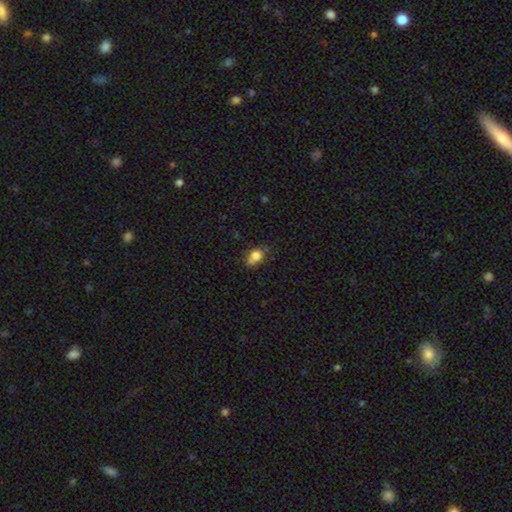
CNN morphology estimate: Smooth or featured? smooth (78%)
How rounded? in between (59%)
Merging? none (51%)